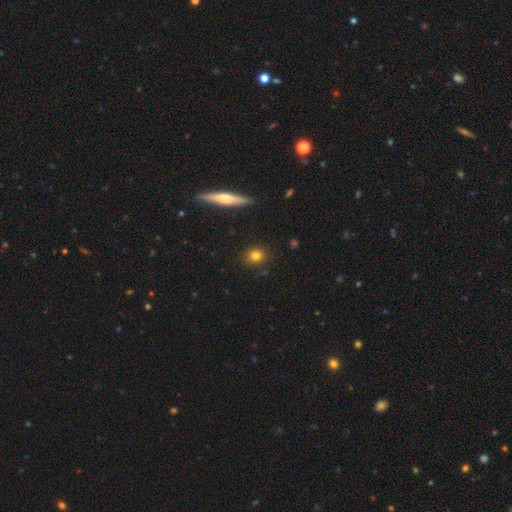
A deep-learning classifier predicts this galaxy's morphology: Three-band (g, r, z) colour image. It shows a smooth galaxy with no disk features (78%) that is round (76%). Merging: none (86%).